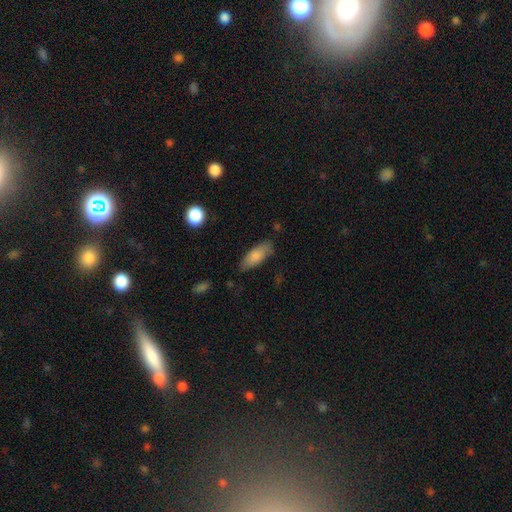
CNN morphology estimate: This appears to be a smooth galaxy with no disk features (81%) that is in between round and cigar-shaped (76%). Merging: none (72%).